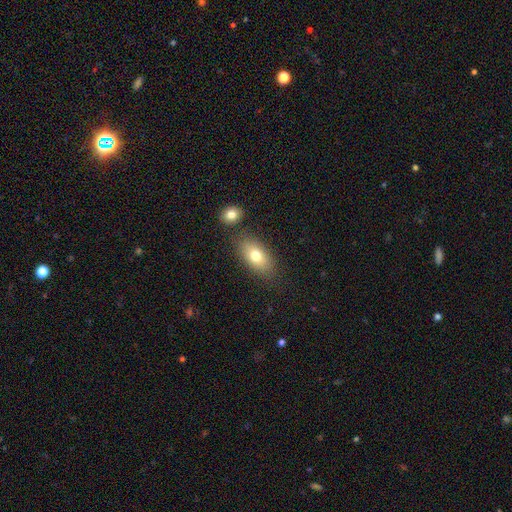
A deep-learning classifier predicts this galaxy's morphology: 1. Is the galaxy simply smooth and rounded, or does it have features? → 75% smooth, 16% featured or disk, 9% star or artifact.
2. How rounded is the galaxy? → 89% in between, 8% round, 3% cigar-shaped.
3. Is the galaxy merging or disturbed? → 77% none, 12% minor disturbance, 7% merger, 4% major disturbance.